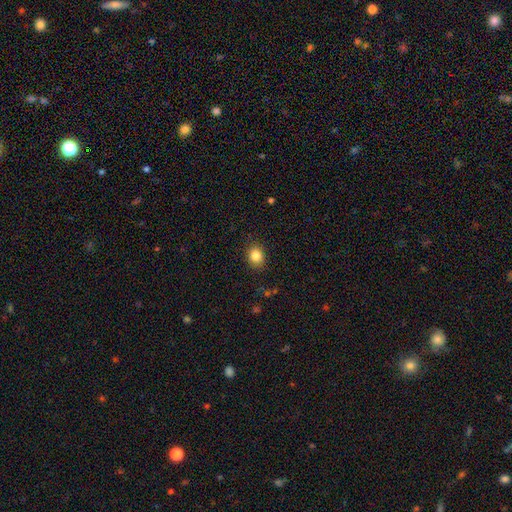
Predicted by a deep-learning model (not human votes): Overall: smooth (85%). How rounded: round (60%; in between 39%). Merging: none (88%).